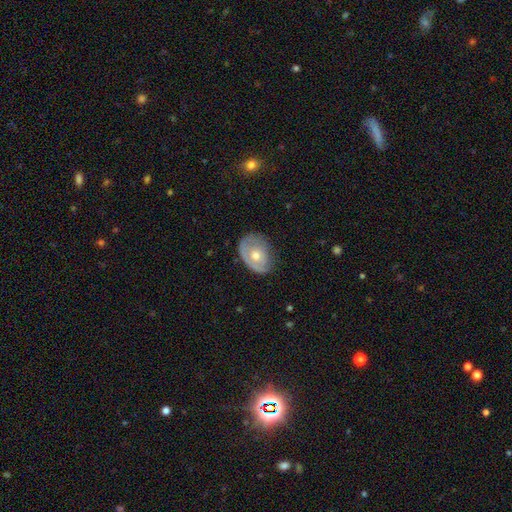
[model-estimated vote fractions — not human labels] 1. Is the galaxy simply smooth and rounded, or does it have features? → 51% featured or disk, 42% smooth, 7% star or artifact.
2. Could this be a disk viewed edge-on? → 93% no, 7% yes.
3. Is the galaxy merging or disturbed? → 60% none, 28% minor disturbance, 10% major disturbance, 2% merger.